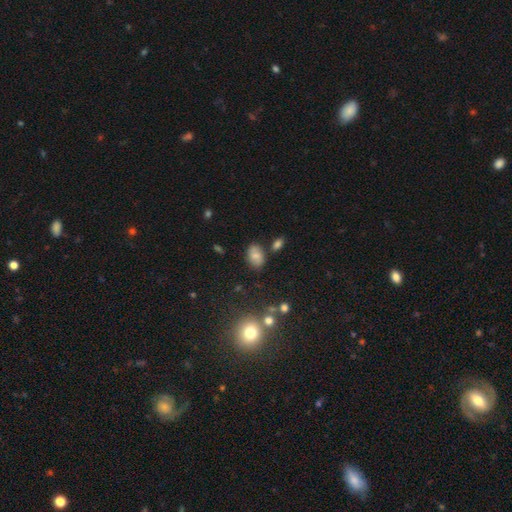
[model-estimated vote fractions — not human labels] Smooth or featured: smooth — 74% (featured or disk — 14%)
How rounded: in between — 81% (round — 17%)
Merging: none — 73% (minor disturbance — 16%)